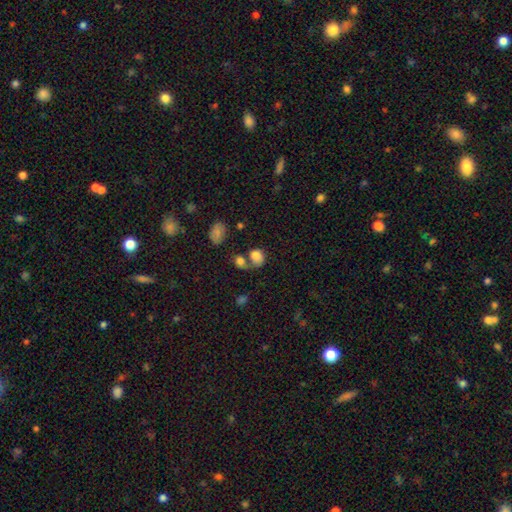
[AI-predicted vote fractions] Smooth or featured: smooth — 76% (featured or disk — 13%)
How rounded: round — 54% (in between — 45%)
Merging: merger — 44% (none — 31%)